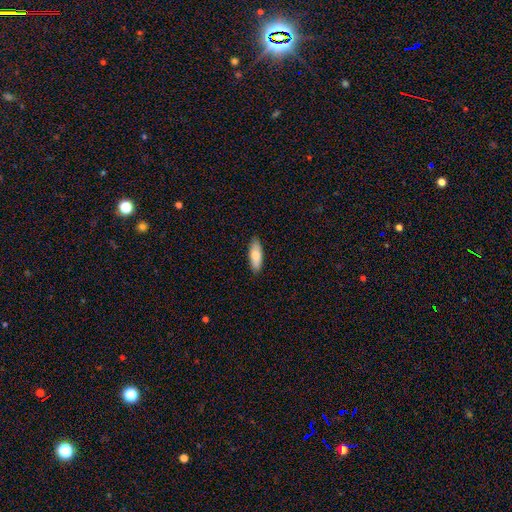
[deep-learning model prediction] A smooth galaxy with no disk features (80%) that is in between round and cigar-shaped (66%). Merging: none (88%).